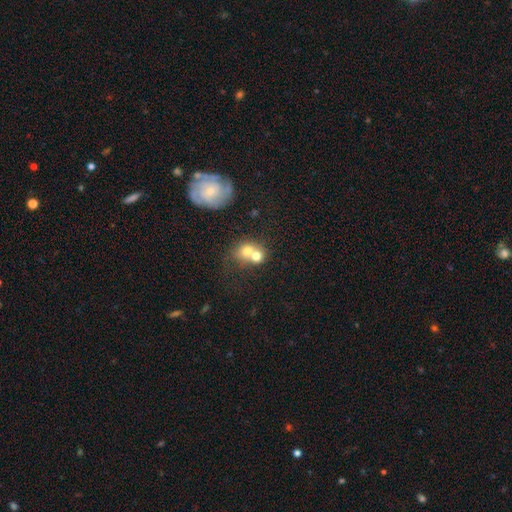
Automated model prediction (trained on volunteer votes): A smooth galaxy with no disk features (70%) that is round (68%).

Vote fractions:
- Smooth or featured? smooth: 70% / featured or disk: 20% / star or artifact: 10%
- How rounded? round: 68% / in between: 30% / cigar-shaped: 1%
- Merging? merger: 67% / none: 23% / minor disturbance: 6% / major disturbance: 4%